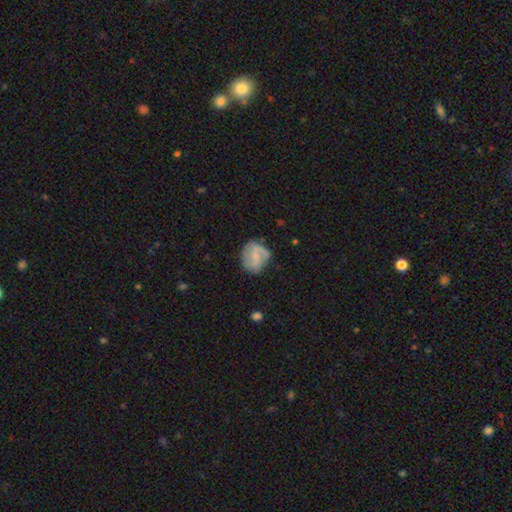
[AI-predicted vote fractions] A featured or disk galaxy (62%) with a weak bar (46%), 2 (65%) medium (46%) spiral arms (85%) and a small central bulge (49%).

Vote fractions:
- Smooth or featured? featured or disk: 62% / smooth: 31% / star or artifact: 7%
- Edge-on disk? no: 98% / yes: 2%
- Bar? weak: 46% / no: 43% / strong: 12%
- Spiral arms? yes: 85% / no: 15%
- Spiral winding? medium: 46% / loose: 28% / tight: 26%
- Spiral arm count? 2: 65% / can't tell: 16% / 3: 10% / 1: 6% / 4: 2% / more than 4: 2%
- Bulge size? small: 49% / none: 29% / moderate: 20% / large: 2% / dominant: 1%
- Merging? none: 62% / minor disturbance: 24% / major disturbance: 12% / merger: 2%